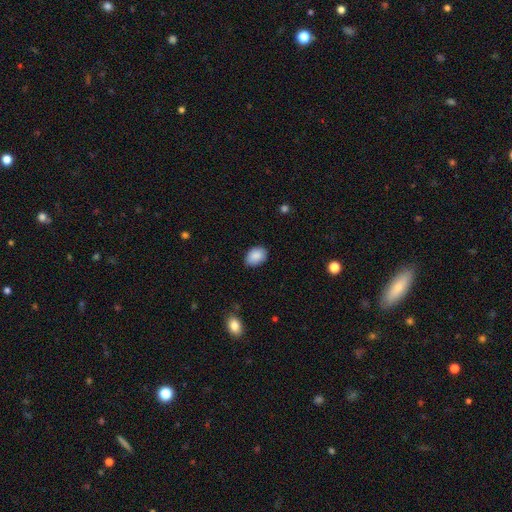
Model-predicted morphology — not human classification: This appears to be a smooth galaxy with no disk features (89%) that is in between round and cigar-shaped (82%). Merging: none (81%).